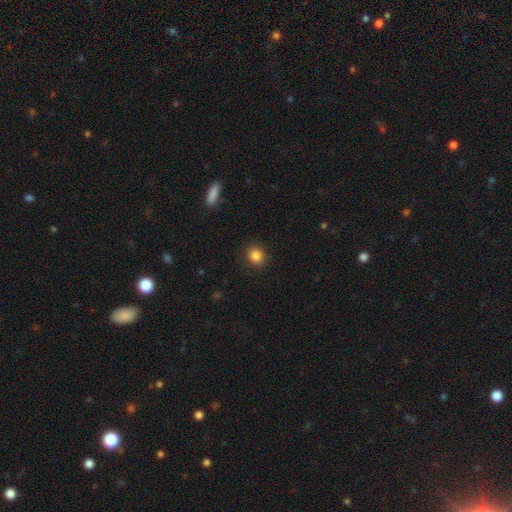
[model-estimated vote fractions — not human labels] Morphology: type=smooth (85%); roundness=round (78%); merging=none (90%).